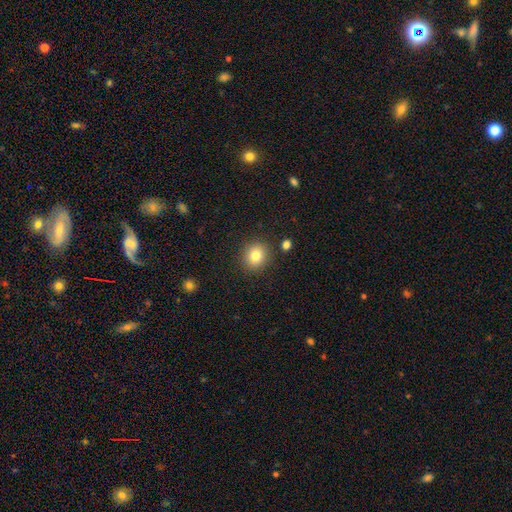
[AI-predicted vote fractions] smooth_or_featured: smooth (p=0.81) [alt: star or artifact p=0.11]
how_rounded: round (p=0.82) [alt: in between p=0.17]
merging: none (p=0.88) [alt: minor disturbance p=0.07]